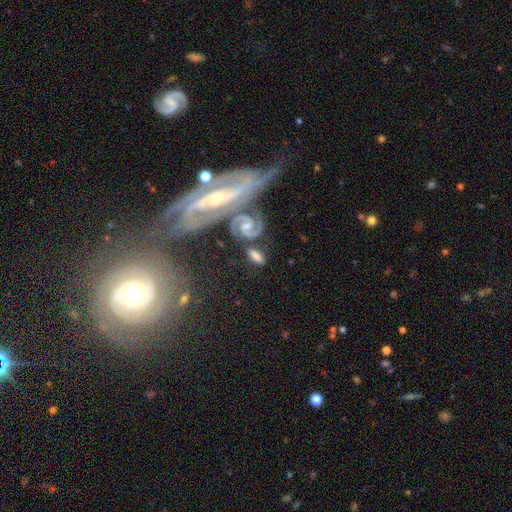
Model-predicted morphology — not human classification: Smooth or featured?
  - featured or disk: 50% *
  - smooth: 42%
  - star or artifact: 9%
Merging?
  - none: 63% *
  - minor disturbance: 16%
  - merger: 14%
  - major disturbance: 7%